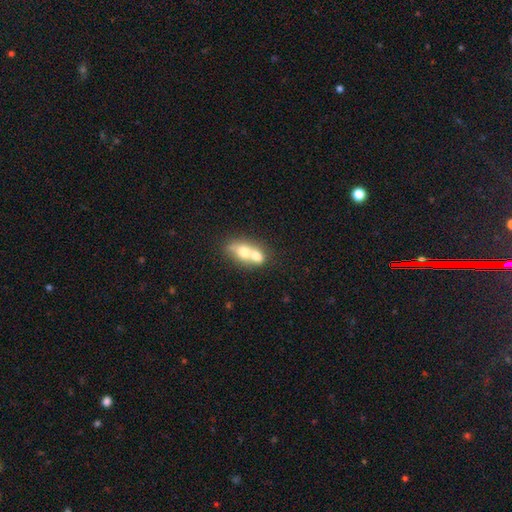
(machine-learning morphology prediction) Overall: smooth (62%; featured or disk 30%). How rounded: in between (65%; round 30%). Merging: merger (72%).